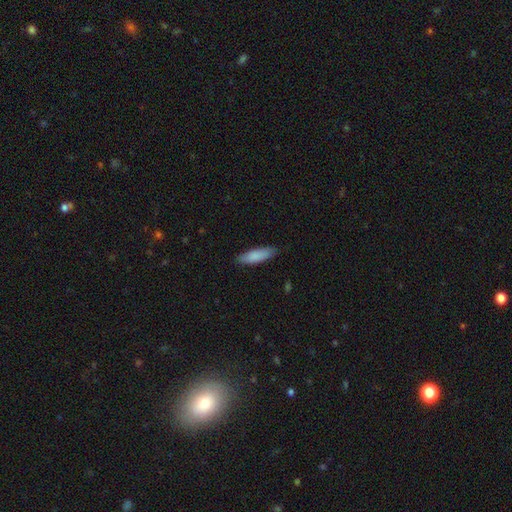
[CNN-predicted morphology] A smooth galaxy with no disk features (86%) that is cigar-shaped (60%).

Vote fractions:
- Smooth or featured? smooth: 86% / featured or disk: 9% / star or artifact: 5%
- How rounded? cigar-shaped: 60% / in between: 39% / round: 1%
- Merging? none: 85% / minor disturbance: 12% / major disturbance: 2% / merger: 1%